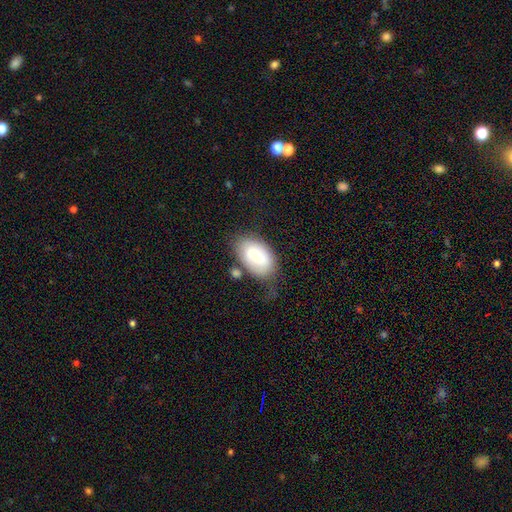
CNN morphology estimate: Q: Smooth or featured?
A: smooth (69%); runner-up: featured or disk (23%)
Q: How rounded?
A: in between (91%); runner-up: round (8%)
Q: Merging?
A: none (57%); runner-up: minor disturbance (25%)